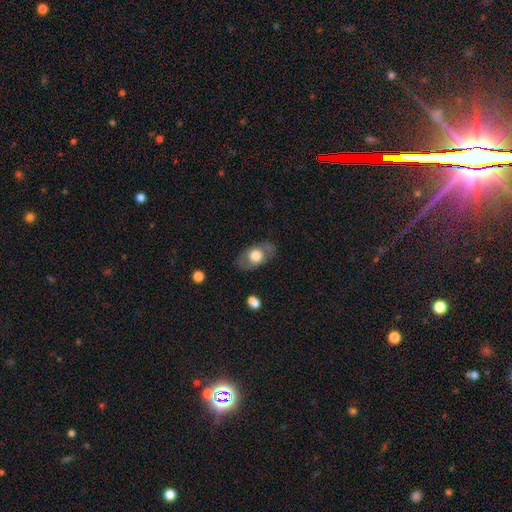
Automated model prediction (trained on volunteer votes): The model was most divided on "smooth or featured": smooth: 52%, featured or disk: 42%, star or artifact: 6%. More confident: how rounded — in between (82%); merging — none (80%).